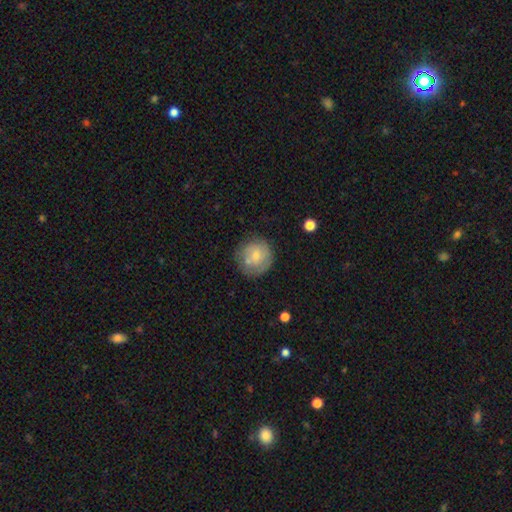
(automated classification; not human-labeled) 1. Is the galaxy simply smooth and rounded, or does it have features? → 59% smooth, 34% featured or disk, 7% star or artifact.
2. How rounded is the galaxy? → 90% round, 9% in between, 1% cigar-shaped.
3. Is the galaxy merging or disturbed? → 65% none, 20% minor disturbance, 8% merger, 7% major disturbance.